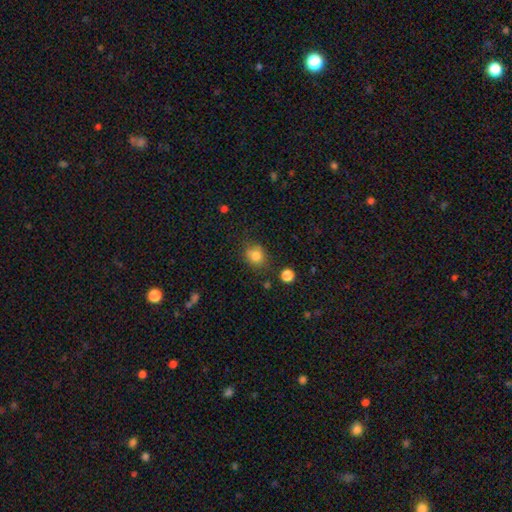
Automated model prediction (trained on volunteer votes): This appears to be a smooth galaxy with no disk features (81%) that is round (69%). Merging: none (74%).